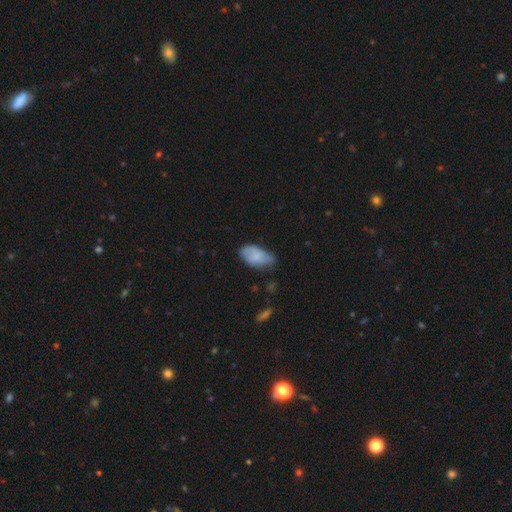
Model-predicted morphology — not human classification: Q: Smooth or featured?
A: smooth (72%); runner-up: featured or disk (20%)
Q: How rounded?
A: in between (93%); runner-up: round (4%)
Q: Merging?
A: minor disturbance (42%); runner-up: none (41%)